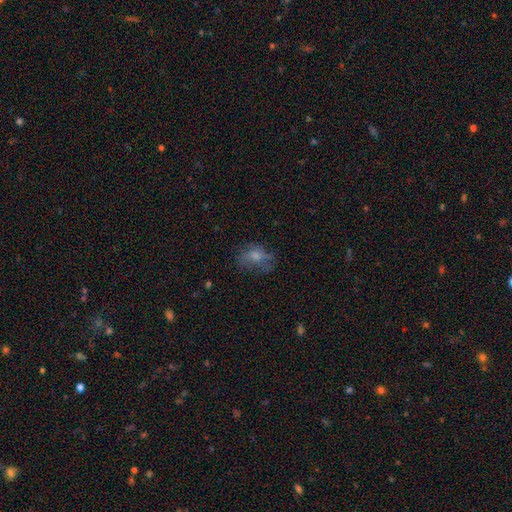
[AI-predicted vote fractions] This is marginally a smooth galaxy (43%). Merging: likely none (61%).